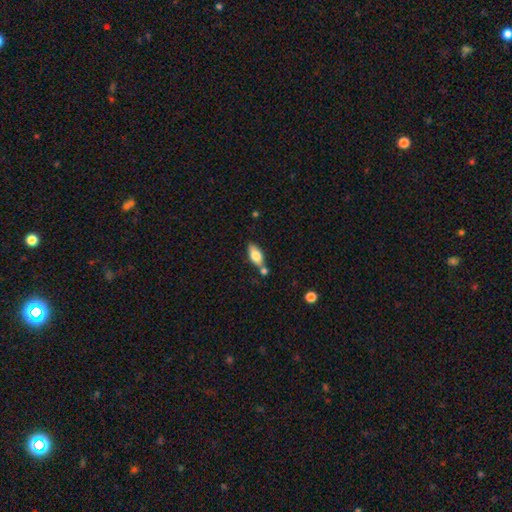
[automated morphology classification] Smooth or featured?
  - smooth: 68% *
  - featured or disk: 25%
  - star or artifact: 7%
How rounded?
  - in between: 81% *
  - cigar-shaped: 15%
  - round: 4%
Merging?
  - none: 62% *
  - merger: 19%
  - minor disturbance: 15%
  - major disturbance: 4%